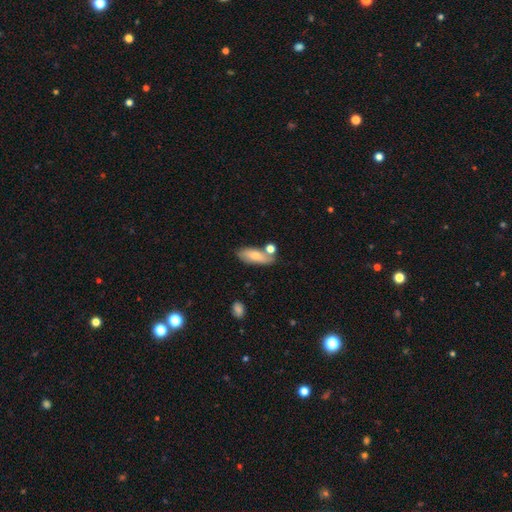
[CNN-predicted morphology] smooth 70%, featured or disk 23%, star or artifact 7%. Down the decision tree: how rounded — in between (75%); merging — none (60%).